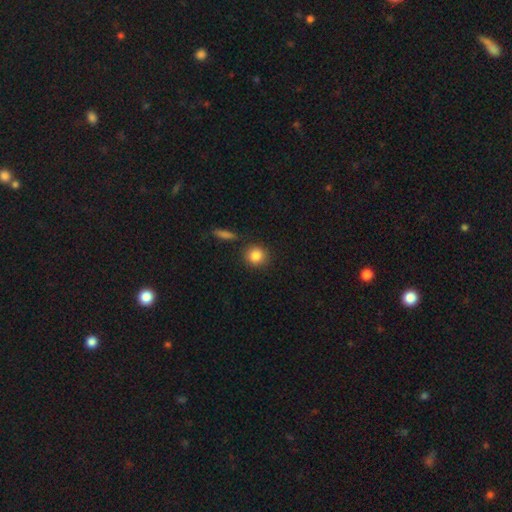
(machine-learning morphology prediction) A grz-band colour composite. It shows a smooth galaxy with no disk features (85%) that is round (87%). Merging: none (86%).